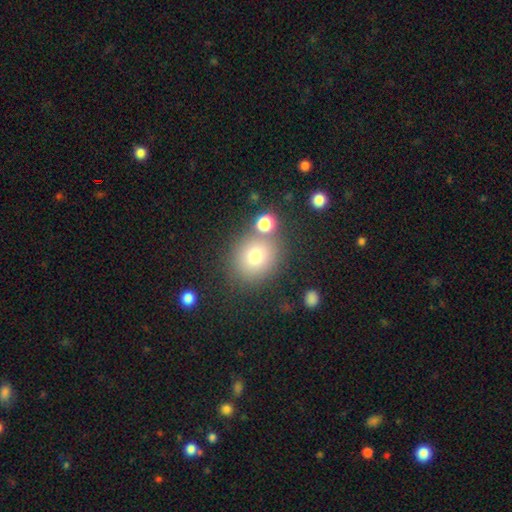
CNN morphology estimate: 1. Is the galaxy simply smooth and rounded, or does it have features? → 75% smooth, 14% star or artifact, 11% featured or disk.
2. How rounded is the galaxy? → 80% round, 19% in between, 1% cigar-shaped.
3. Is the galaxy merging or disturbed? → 73% none, 13% merger, 10% minor disturbance, 4% major disturbance.